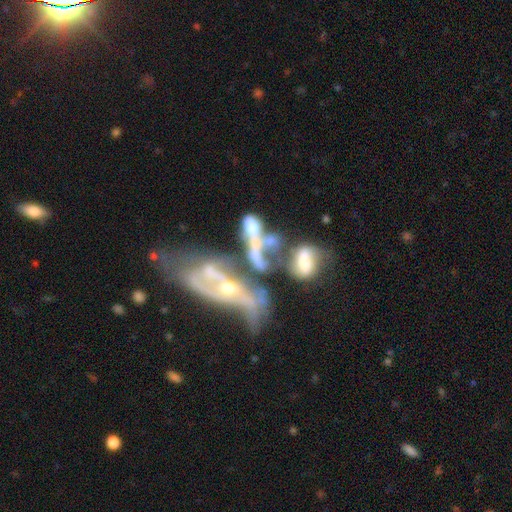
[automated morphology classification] type=featured or disk (54%); edge-on=no (86%); merging=merger (63%).